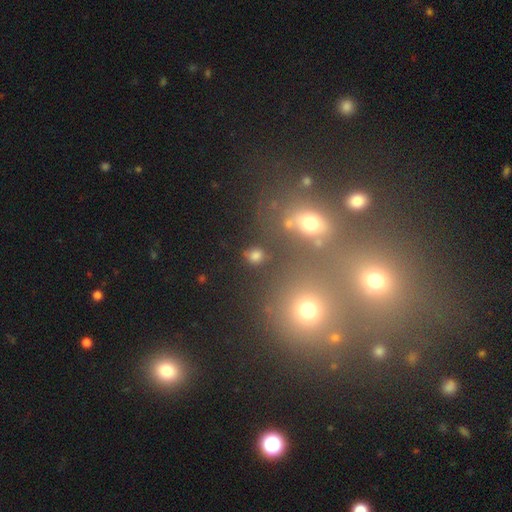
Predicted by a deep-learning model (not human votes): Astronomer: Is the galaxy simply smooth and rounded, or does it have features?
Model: smooth — 71%.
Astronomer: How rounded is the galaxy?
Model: round — 70%.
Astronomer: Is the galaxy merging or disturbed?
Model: none — 78%.